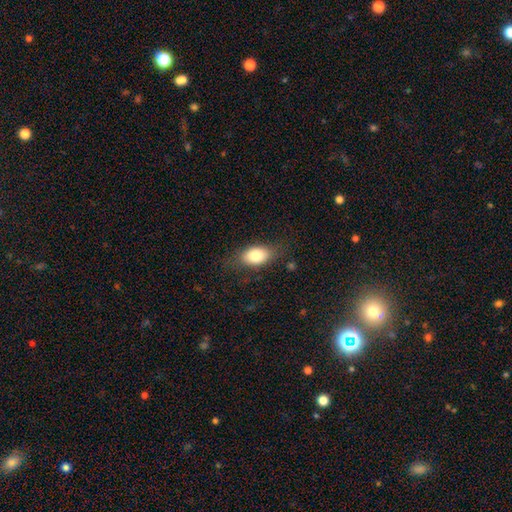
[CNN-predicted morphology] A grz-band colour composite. It shows a smooth galaxy with no disk features (79%) that is in between round and cigar-shaped (87%). Merging: none (75%).